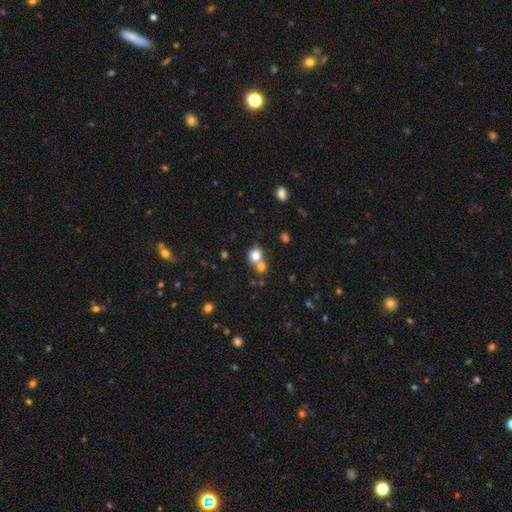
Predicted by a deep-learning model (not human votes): Smooth or featured?
  - smooth: 79% *
  - star or artifact: 11%
  - featured or disk: 10%
How rounded?
  - round: 73% *
  - in between: 26%
  - cigar-shaped: 1%
Merging?
  - merger: 45% *
  - none: 44%
  - minor disturbance: 8%
  - major disturbance: 3%